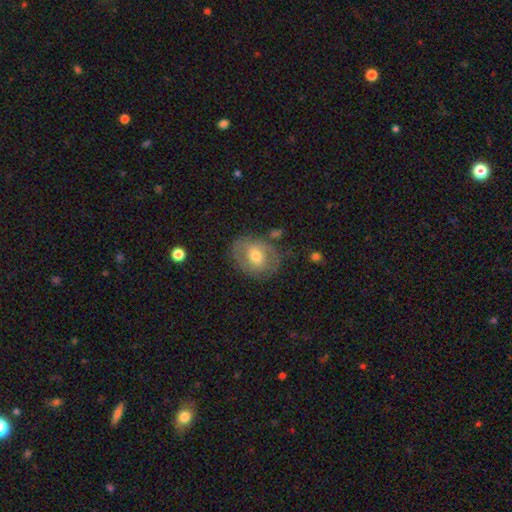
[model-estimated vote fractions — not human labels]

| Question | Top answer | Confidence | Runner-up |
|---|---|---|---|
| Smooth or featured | featured or disk | 47% | smooth (46%) |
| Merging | none | 70% | minor disturbance (19%) |